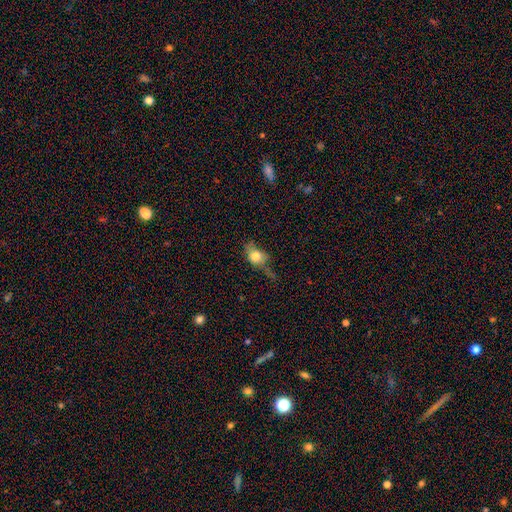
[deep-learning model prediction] smooth-or-featured: smooth: 72% | featured or disk: 18% | star or artifact: 10%
  how-rounded: in between: 65% | round: 31% | cigar-shaped: 3%
  merging: none: 34% | minor disturbance: 33% | major disturbance: 28% | merger: 6%